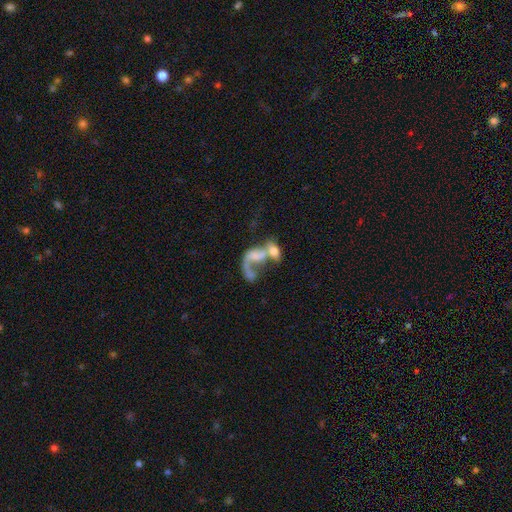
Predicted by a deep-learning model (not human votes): A featured or disk galaxy (58%) with no bar (70%), spiral arms (55%) and no central bulge (47%).

Vote fractions:
- Smooth or featured? featured or disk: 58% / smooth: 32% / star or artifact: 11%
- Edge-on disk? no: 96% / yes: 4%
- Bar? no: 70% / weak: 22% / strong: 9%
- Spiral arms? yes: 55% / no: 45%
- Bulge size? none: 47% / small: 22% / moderate: 19% / large: 9% / dominant: 3%
- Merging? merger: 67% / major disturbance: 18% / none: 10% / minor disturbance: 5%